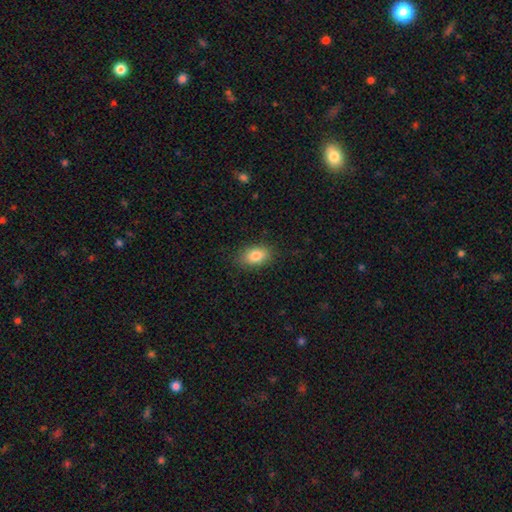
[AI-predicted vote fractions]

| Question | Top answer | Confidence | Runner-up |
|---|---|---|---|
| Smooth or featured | smooth | 84% | star or artifact (8%) |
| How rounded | in between | 88% | round (9%) |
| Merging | none | 86% | minor disturbance (10%) |